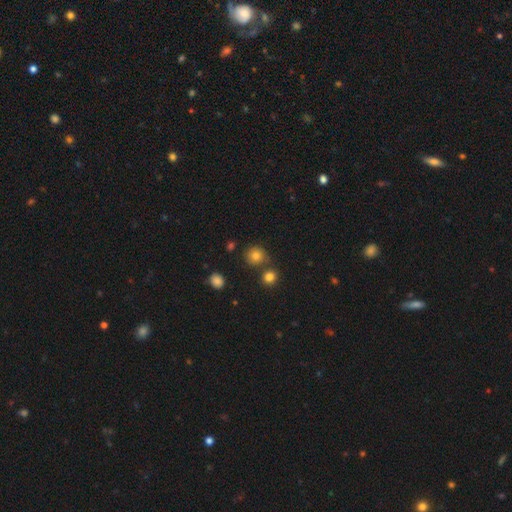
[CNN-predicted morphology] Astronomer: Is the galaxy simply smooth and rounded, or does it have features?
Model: smooth — 79%.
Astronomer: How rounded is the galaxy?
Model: round — 88%.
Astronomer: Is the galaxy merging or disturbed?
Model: none — 73%.